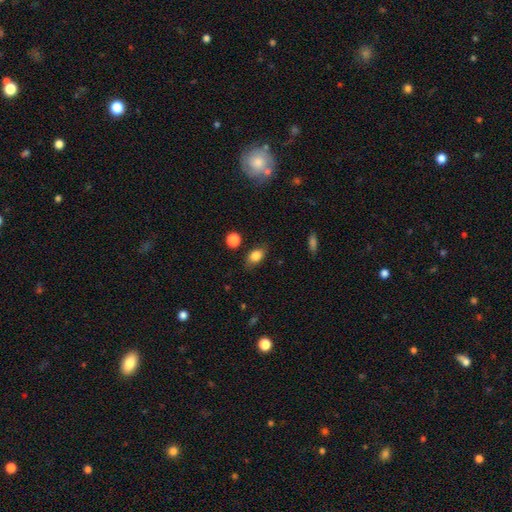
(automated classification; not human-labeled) Smooth or featured? Predicted: smooth (p=0.83). How rounded? Predicted: in between (p=0.80). Merging? Predicted: none (p=0.77).